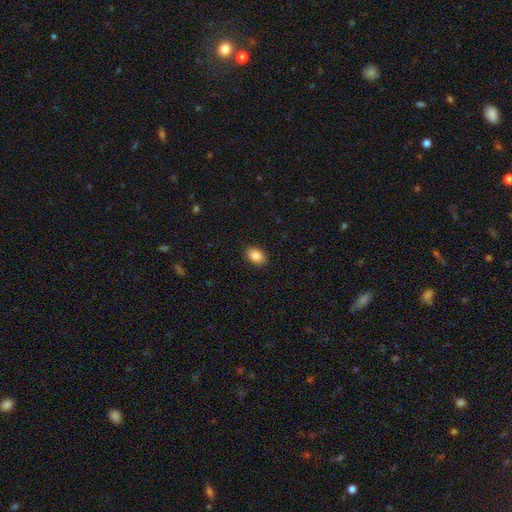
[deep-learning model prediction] Smooth or featured? smooth (88%)
How rounded? in between (83%)
Merging? none (89%)